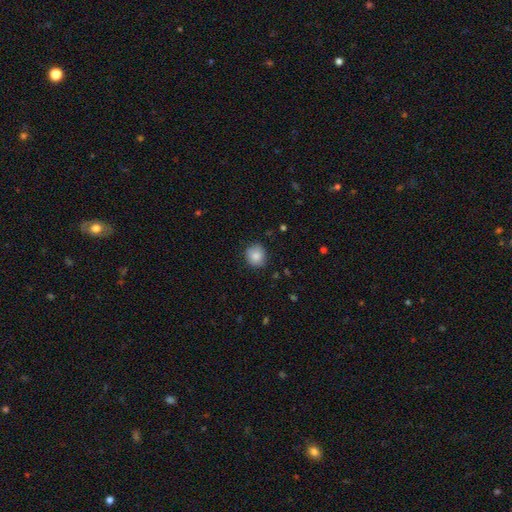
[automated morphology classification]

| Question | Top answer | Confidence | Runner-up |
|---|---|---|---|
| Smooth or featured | smooth | 84% | star or artifact (8%) |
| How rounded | round | 85% | in between (14%) |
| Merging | none | 82% | minor disturbance (14%) |